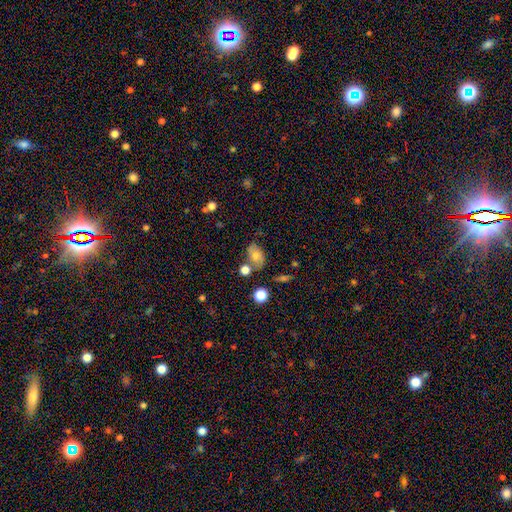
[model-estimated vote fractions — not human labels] This appears to be a smooth galaxy with no disk features (61%) that is in between round and cigar-shaped (82%). Merging: none (57%).